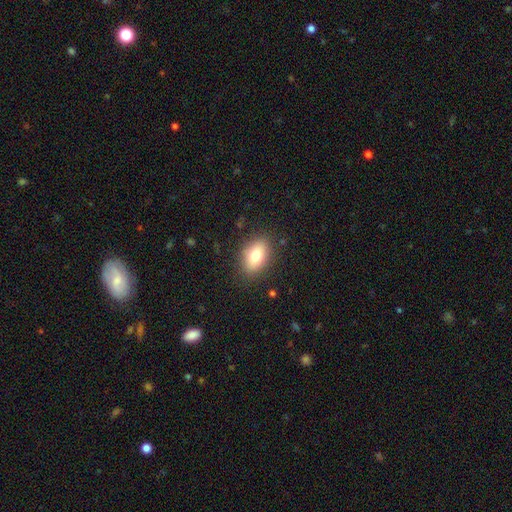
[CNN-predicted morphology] A smooth galaxy with no disk features (77%) that is in between round and cigar-shaped (85%). Merging: none (85%).